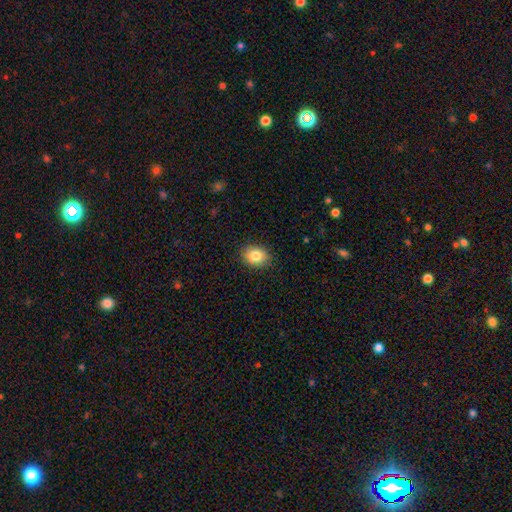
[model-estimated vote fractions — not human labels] smooth 83%, star or artifact 9%, featured or disk 8%. Down the decision tree: how rounded — in between (54%); merging — none (89%).